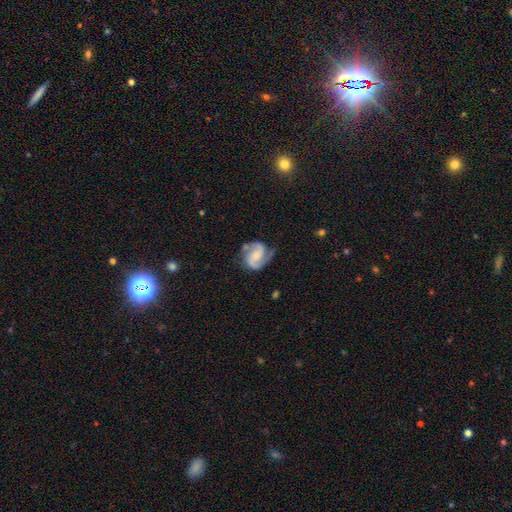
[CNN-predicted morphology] Smooth or featured? Predicted: featured or disk (p=0.84). Edge-on disk? Predicted: no (p=0.98). Bar? Predicted: no (p=0.47). Spiral arms? Predicted: yes (p=0.97). Spiral winding? Predicted: medium (p=0.52). Spiral arm count? Predicted: 2 (p=0.88). Bulge size? Predicted: small (p=0.38). Merging? Predicted: none (p=0.65).